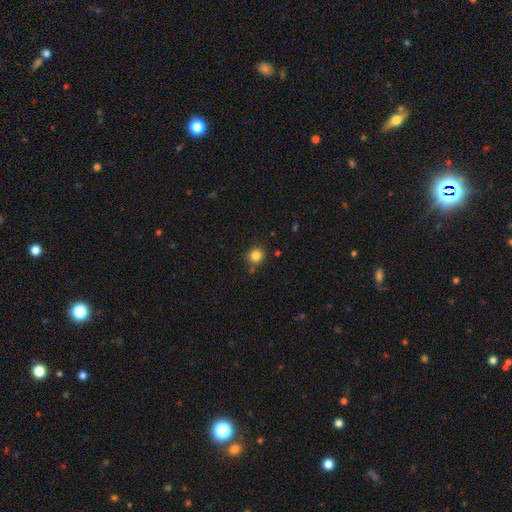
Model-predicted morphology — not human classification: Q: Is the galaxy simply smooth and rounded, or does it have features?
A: smooth — 83%.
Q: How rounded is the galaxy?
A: round — 89%.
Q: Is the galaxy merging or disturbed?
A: none — 84%.